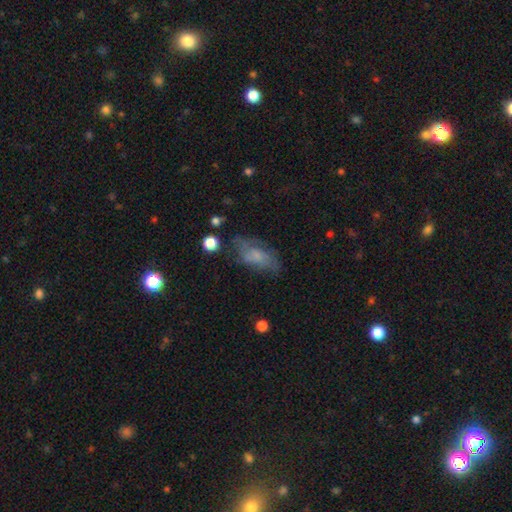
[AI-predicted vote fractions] This appears to be a smooth galaxy with no disk features (50%). Merging: none (51%).